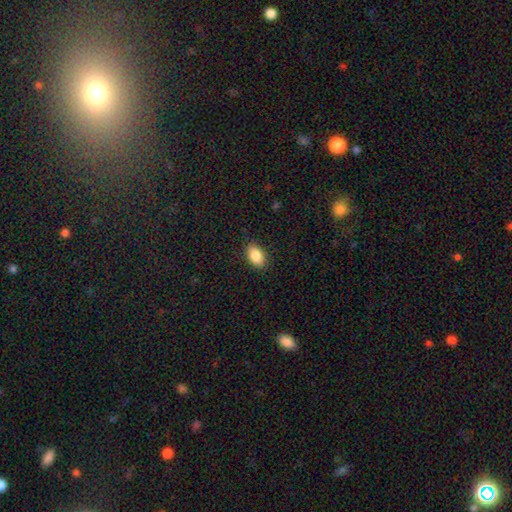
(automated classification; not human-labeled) This appears to be a smooth galaxy with no disk features (88%) that is in between round and cigar-shaped (90%). Merging: none (88%).